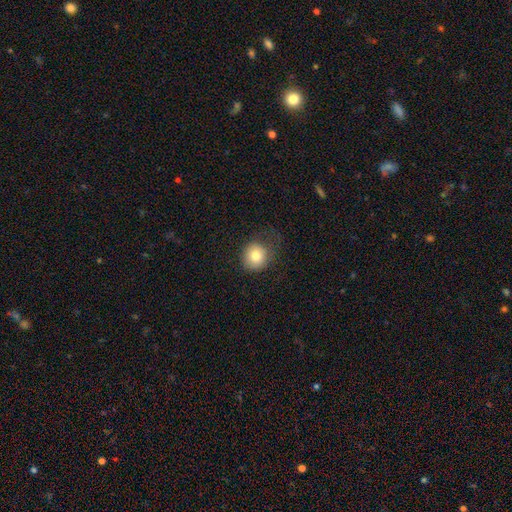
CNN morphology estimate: Smooth or featured: smooth — 80% (star or artifact — 11%)
How rounded: round — 86% (in between — 13%)
Merging: none — 65% (minor disturbance — 22%)